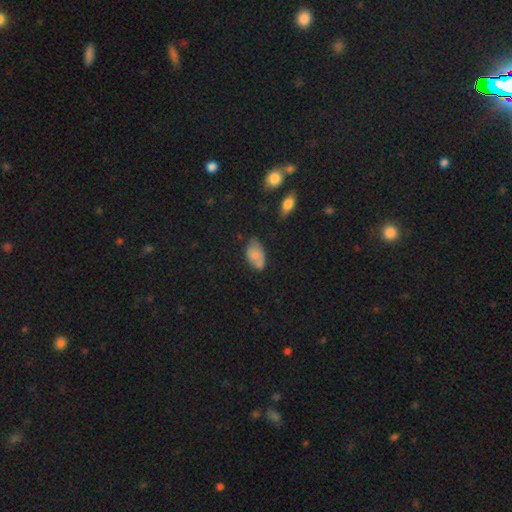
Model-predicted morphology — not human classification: Smooth or featured?
  - smooth: 75% *
  - featured or disk: 16%
  - star or artifact: 9%
How rounded?
  - in between: 92% *
  - round: 6%
  - cigar-shaped: 2%
Merging?
  - none: 52% *
  - minor disturbance: 31%
  - merger: 9%
  - major disturbance: 8%